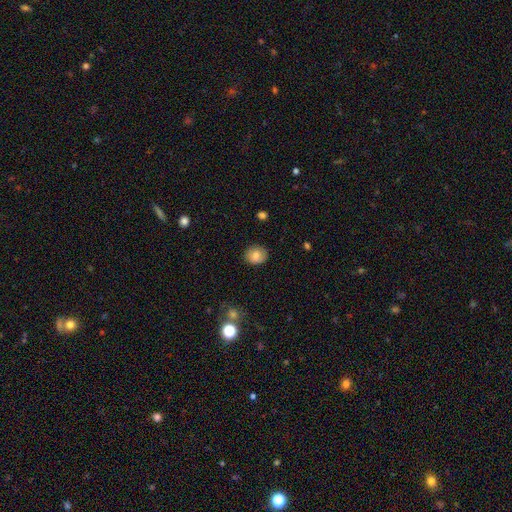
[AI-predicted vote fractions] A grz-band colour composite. It shows a smooth galaxy with no disk features (77%) that is round (71%). Merging: none (87%).